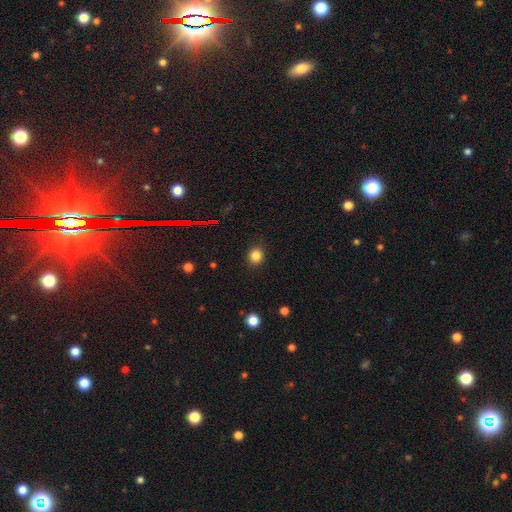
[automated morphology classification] Smooth or featured? smooth (83%)
How rounded? round (78%)
Merging? none (90%)